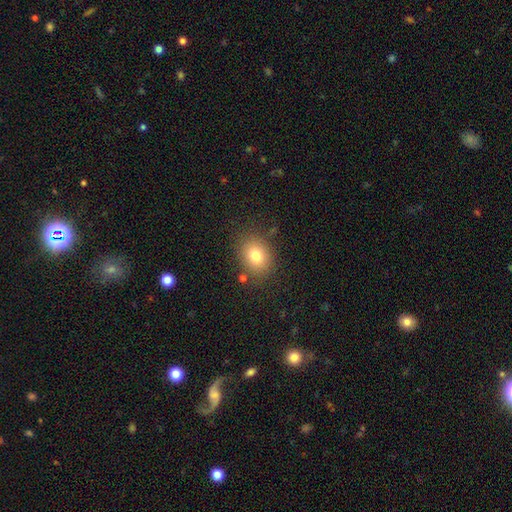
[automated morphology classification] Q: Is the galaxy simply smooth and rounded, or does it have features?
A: smooth — 77%.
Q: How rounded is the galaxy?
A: round — 53%.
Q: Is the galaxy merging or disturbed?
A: none — 81%.